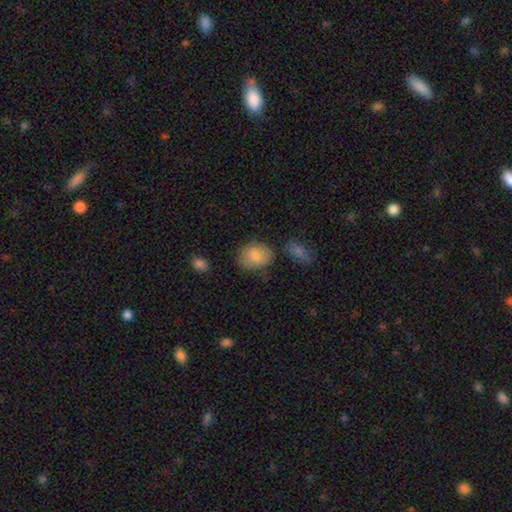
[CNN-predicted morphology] A smooth galaxy with no disk features (83%) that is round (50%).

Vote fractions:
- Smooth or featured? smooth: 83% / featured or disk: 10% / star or artifact: 7%
- How rounded? round: 50% / in between: 49% / cigar-shaped: 1%
- Merging? none: 67% / minor disturbance: 21% / merger: 7% / major disturbance: 6%